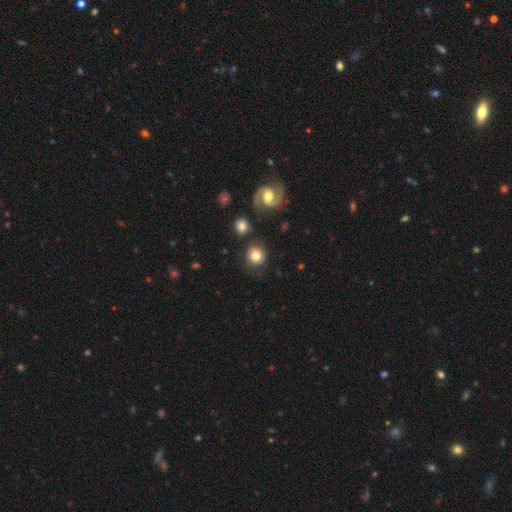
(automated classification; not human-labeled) A smooth galaxy with no disk features (74%) that is round (90%). Merging: none (82%).